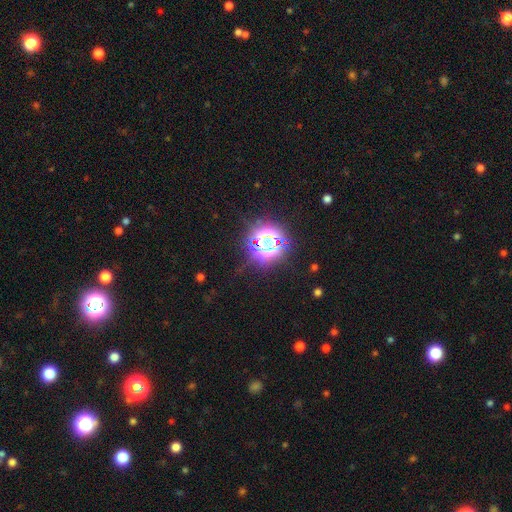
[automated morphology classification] star or artifact 82%, smooth 12%, featured or disk 6%.